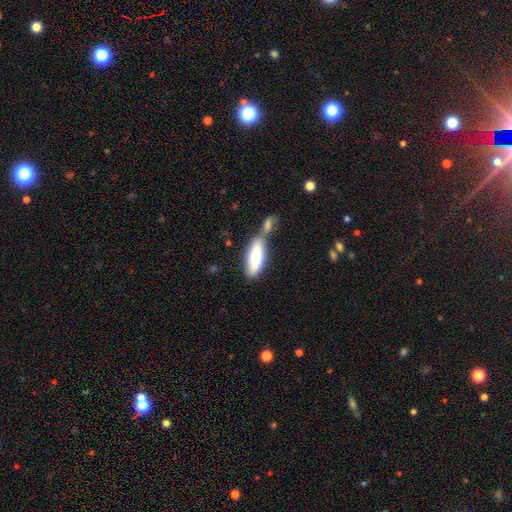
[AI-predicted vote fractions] The model was most divided on "merging": none: 43%, merger: 39%, minor disturbance: 13%, major disturbance: 5%. More confident: smooth or featured — smooth (72%); how rounded — in between (61%).